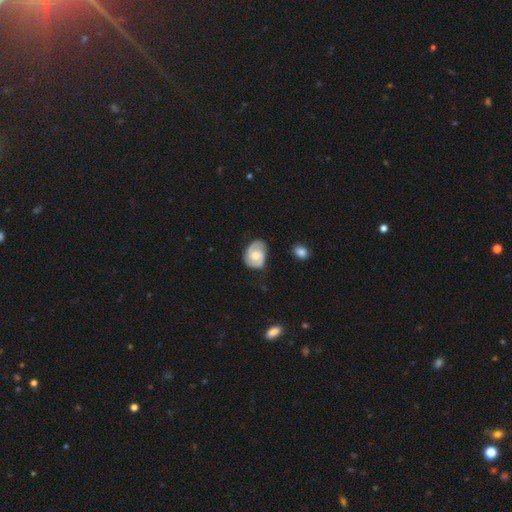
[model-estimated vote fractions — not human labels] Smooth or featured? featured or disk (70%)
Edge-on disk? no (97%)
Bar? no (62%)
Spiral arms? yes (92%)
Spiral winding? medium (45%)
Spiral arm count? 2 (80%)
Bulge size? moderate (64%)
Merging? none (66%)